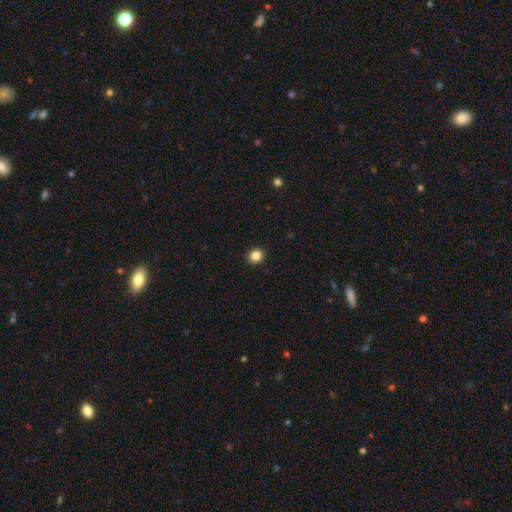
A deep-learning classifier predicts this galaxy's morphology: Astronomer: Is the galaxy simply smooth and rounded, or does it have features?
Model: smooth — 85%.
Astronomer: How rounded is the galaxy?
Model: round — 85%.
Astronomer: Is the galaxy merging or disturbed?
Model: none — 93%.